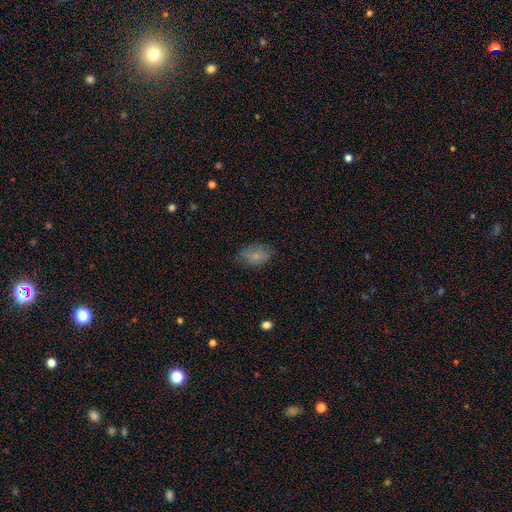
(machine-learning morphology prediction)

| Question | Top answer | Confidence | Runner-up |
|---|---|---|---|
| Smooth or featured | smooth | 79% | featured or disk (12%) |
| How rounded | in between | 84% | round (14%) |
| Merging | none | 73% | minor disturbance (21%) |